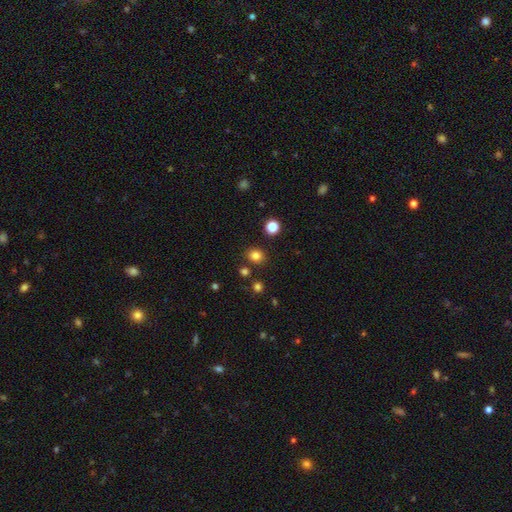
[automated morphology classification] smooth-or-featured: smooth: 80% | star or artifact: 15% | featured or disk: 5%
  how-rounded: round: 76% | in between: 23% | cigar-shaped: 1%
  merging: none: 86% | minor disturbance: 7% | merger: 4% | major disturbance: 3%